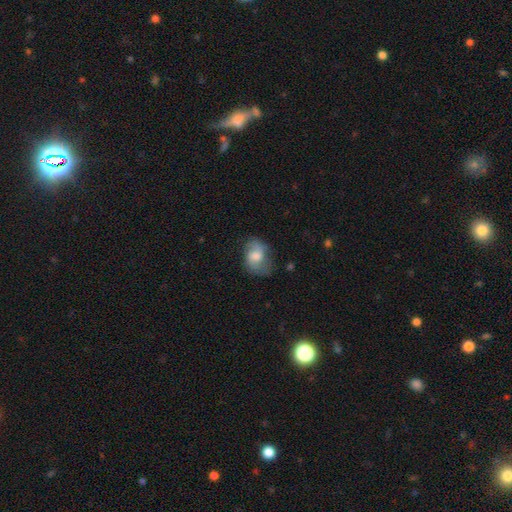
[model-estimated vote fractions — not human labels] smooth_or_featured: smooth (p=0.54) [alt: featured or disk p=0.38]
how_rounded: in between (p=0.77) [alt: round p=0.21]
merging: none (p=0.56) [alt: minor disturbance p=0.28]